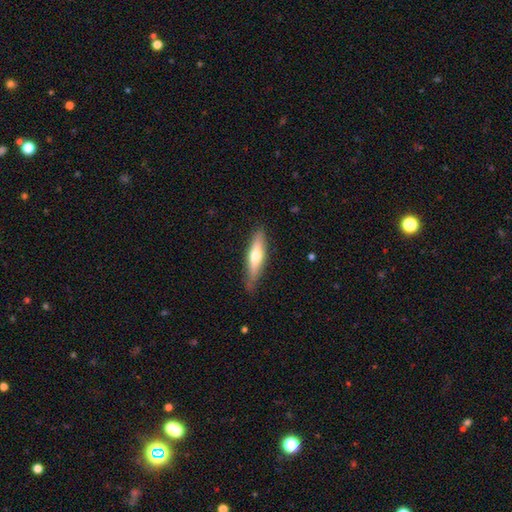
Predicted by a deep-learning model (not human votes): smooth-or-featured: smooth: 53% | featured or disk: 42% | star or artifact: 5%
  how-rounded: cigar-shaped: 76% | in between: 22% | round: 2%
  merging: none: 81% | minor disturbance: 15% | major disturbance: 3% | merger: 1%